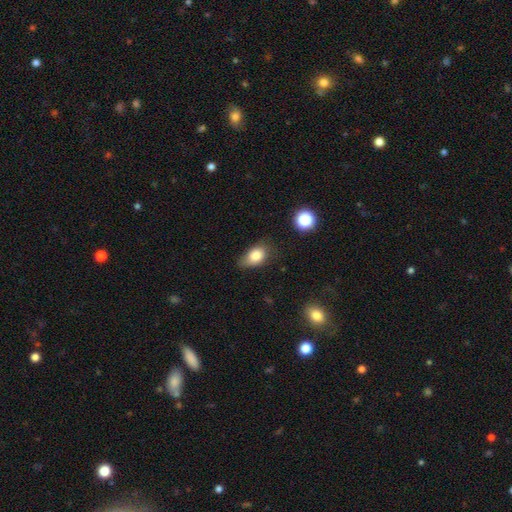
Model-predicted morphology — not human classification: smooth-or-featured: smooth: 81% | star or artifact: 10% | featured or disk: 9%
  how-rounded: in between: 80% | round: 18% | cigar-shaped: 2%
  merging: none: 54% | minor disturbance: 35% | major disturbance: 9% | merger: 2%